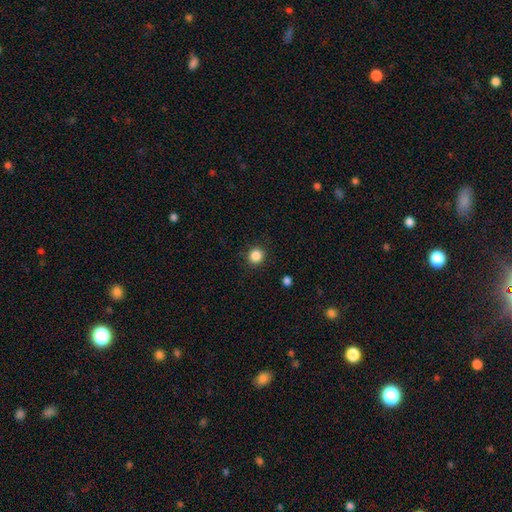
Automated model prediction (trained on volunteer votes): This is clearly a smooth galaxy (86%). How rounded: clearly round (89%). Merging: clearly none (91%).